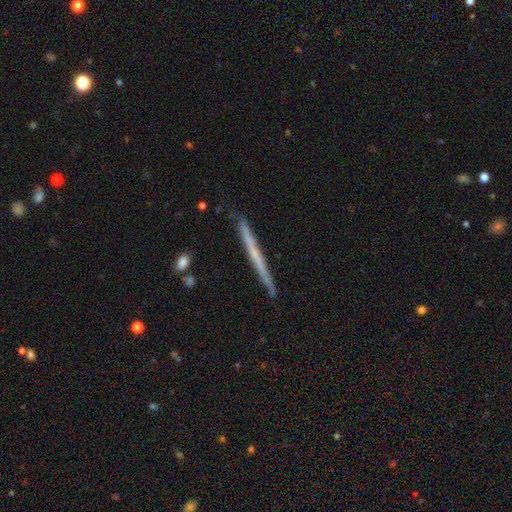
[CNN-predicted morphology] Smooth or featured? Predicted: featured or disk (p=0.55). Edge-on disk? Predicted: yes (p=0.97). Edge-on bulge? Predicted: none (p=0.88). Merging? Predicted: none (p=0.87).